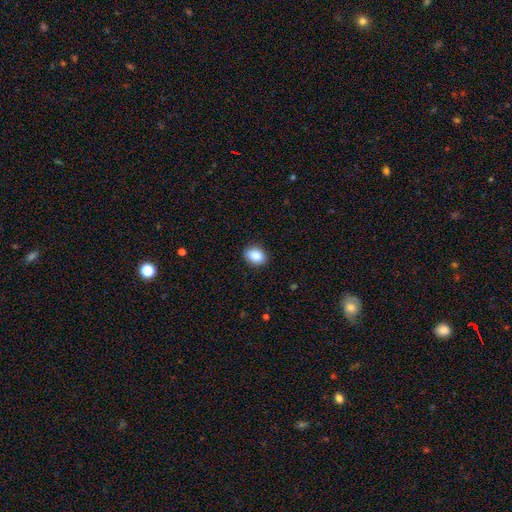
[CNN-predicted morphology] smooth-or-featured: smooth: 88% | star or artifact: 8% | featured or disk: 5%
  how-rounded: in between: 73% | round: 26% | cigar-shaped: 1%
  merging: none: 90% | minor disturbance: 8% | major disturbance: 2% | merger: 1%